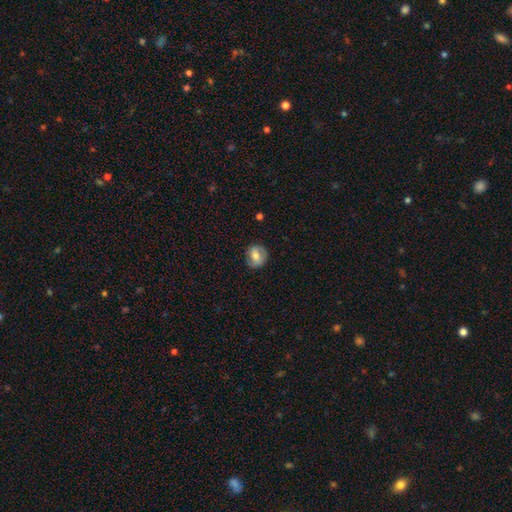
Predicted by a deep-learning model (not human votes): Morphology: type=smooth (60%); roundness=round (77%); merging=none (82%).